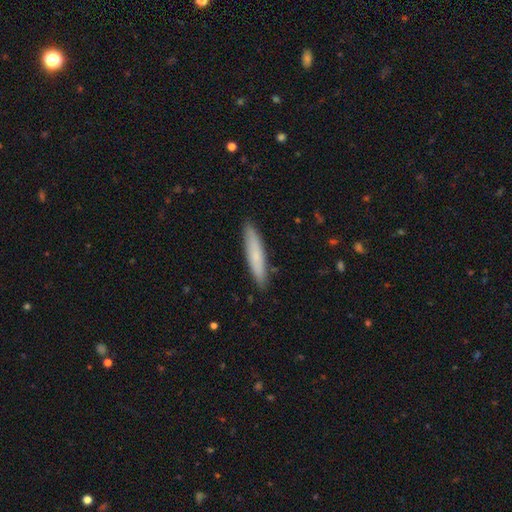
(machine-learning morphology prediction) This appears to be a smooth galaxy with no disk features (73%) that is cigar-shaped (88%). Merging: none (89%).